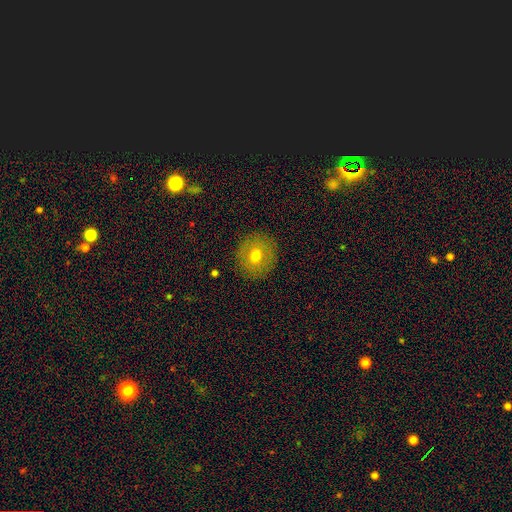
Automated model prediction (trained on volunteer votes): smooth-or-featured: smooth: 67% | featured or disk: 23% | star or artifact: 10%
  how-rounded: round: 85% | in between: 14% | cigar-shaped: 1%
  merging: none: 88% | minor disturbance: 8% | major disturbance: 3% | merger: 1%